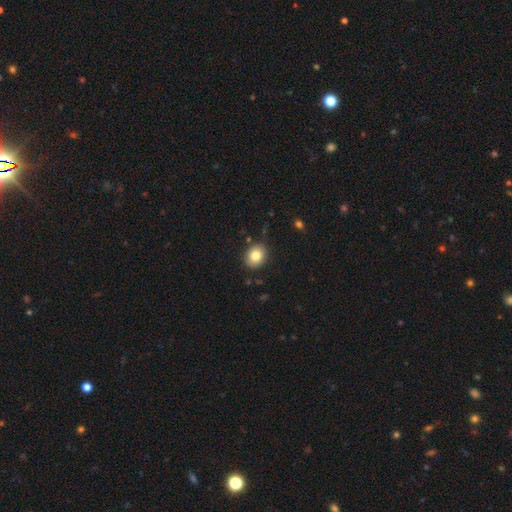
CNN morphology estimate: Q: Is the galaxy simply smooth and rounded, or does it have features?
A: smooth — 81%.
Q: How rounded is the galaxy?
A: round — 54%.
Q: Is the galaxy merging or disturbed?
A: none — 86%.